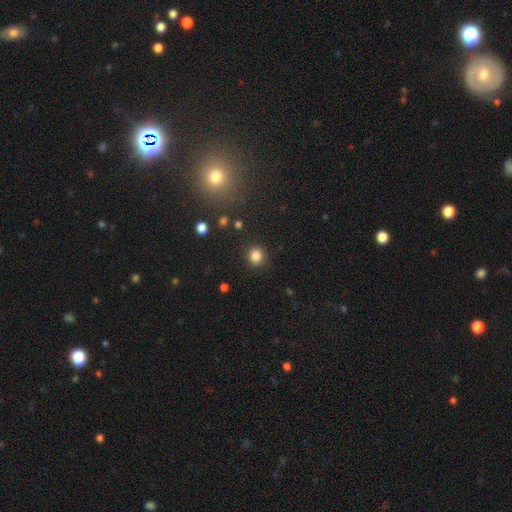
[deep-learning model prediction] smooth-or-featured: smooth: 84% | star or artifact: 12% | featured or disk: 4%
  how-rounded: round: 78% | in between: 21% | cigar-shaped: 1%
  merging: none: 89% | minor disturbance: 7% | major disturbance: 2% | merger: 2%